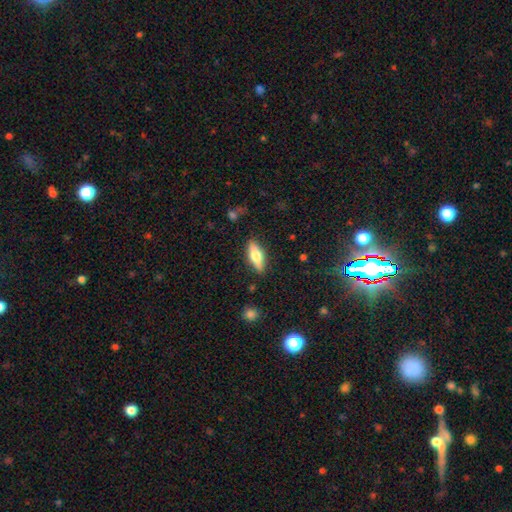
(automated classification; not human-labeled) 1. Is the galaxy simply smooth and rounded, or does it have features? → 58% smooth, 36% featured or disk, 6% star or artifact.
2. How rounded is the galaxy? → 58% in between, 39% cigar-shaped, 3% round.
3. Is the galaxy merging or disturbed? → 86% none, 10% minor disturbance, 2% major disturbance, 2% merger.